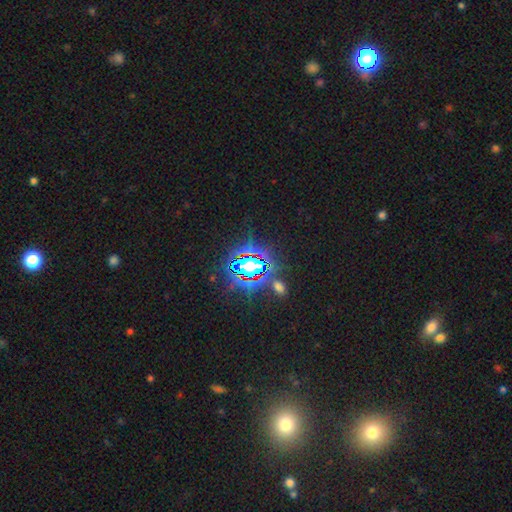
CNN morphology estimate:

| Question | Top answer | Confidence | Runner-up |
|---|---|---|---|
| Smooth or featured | star or artifact | 85% | smooth (9%) |